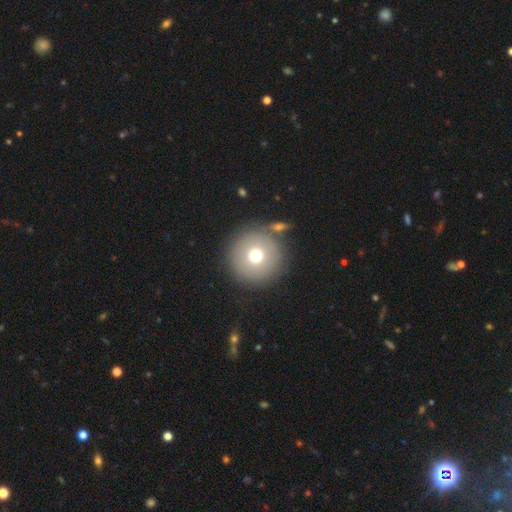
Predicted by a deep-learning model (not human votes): This is likely a smooth galaxy (71%). How rounded: clearly round (96%). Merging: clearly none (80%).